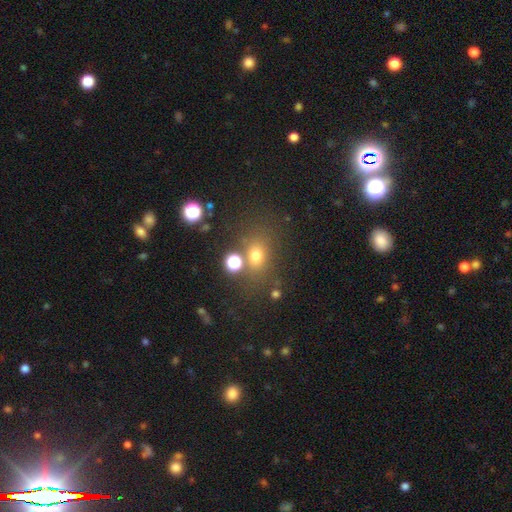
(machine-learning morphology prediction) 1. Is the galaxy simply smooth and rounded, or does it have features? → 68% smooth, 22% star or artifact, 10% featured or disk.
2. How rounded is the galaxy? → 50% in between, 48% round, 2% cigar-shaped.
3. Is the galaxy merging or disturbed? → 68% none, 13% minor disturbance, 12% merger, 7% major disturbance.